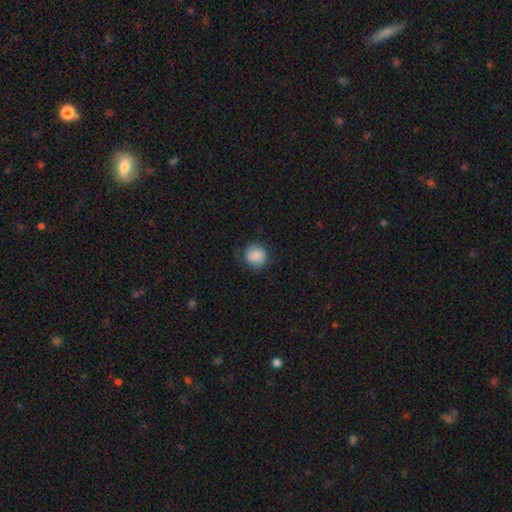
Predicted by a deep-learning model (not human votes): Smooth or featured? smooth (82%)
How rounded? round (83%)
Merging? none (74%)